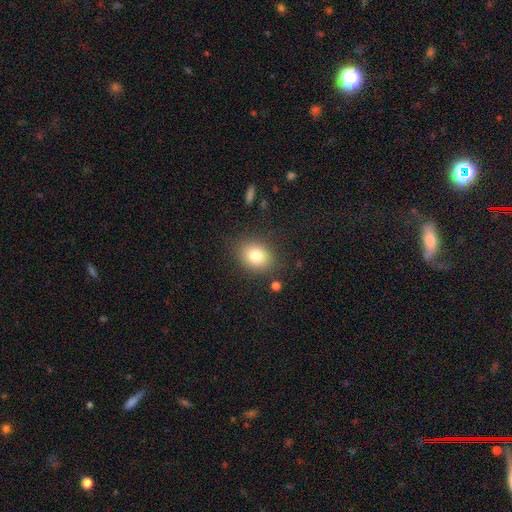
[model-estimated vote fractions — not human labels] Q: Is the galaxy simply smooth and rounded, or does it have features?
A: smooth — 79%.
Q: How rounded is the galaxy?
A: in between — 53%.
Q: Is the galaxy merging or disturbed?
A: none — 83%.